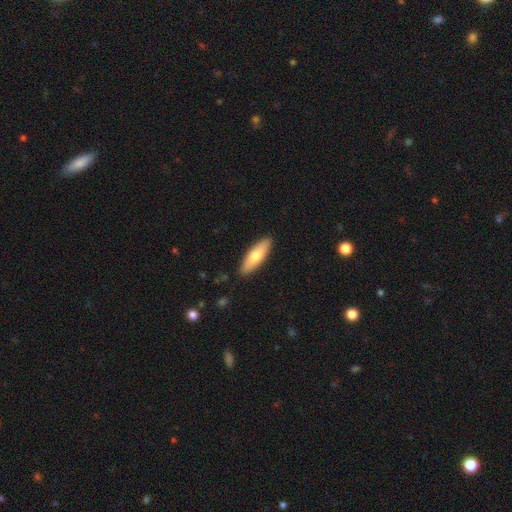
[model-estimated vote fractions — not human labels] Q: Smooth or featured?
A: smooth (71%); runner-up: featured or disk (24%)
Q: How rounded?
A: in between (52%); runner-up: cigar-shaped (46%)
Q: Merging?
A: none (89%); runner-up: minor disturbance (8%)